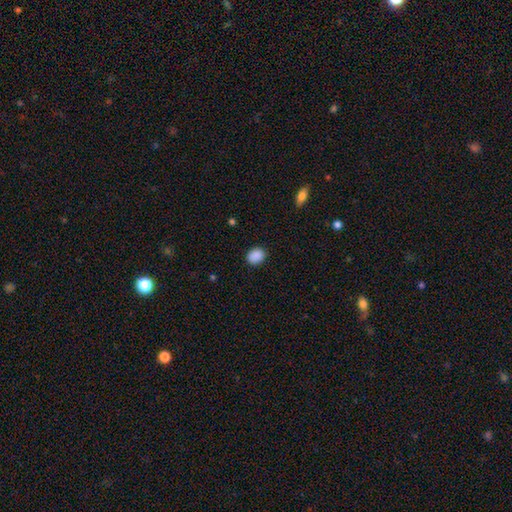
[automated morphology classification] This is clearly a smooth galaxy (89%). How rounded: possibly round (56%). Merging: clearly none (86%).